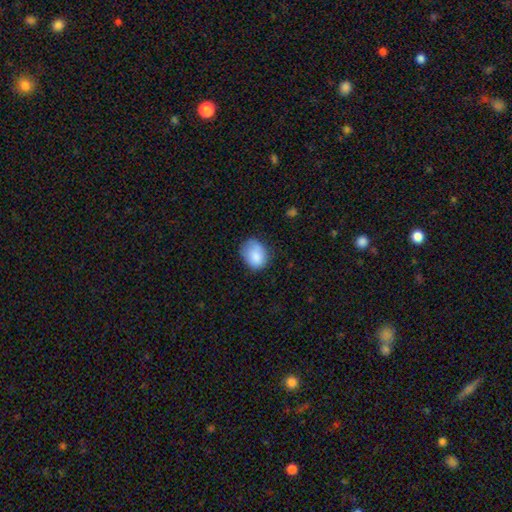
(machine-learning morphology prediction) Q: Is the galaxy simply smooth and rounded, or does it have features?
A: smooth — 85%.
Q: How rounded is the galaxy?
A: in between — 58%.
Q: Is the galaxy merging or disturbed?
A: none — 61%.